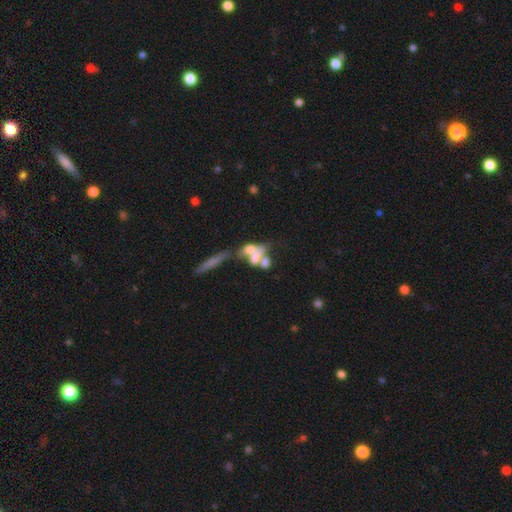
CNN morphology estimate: A smooth galaxy with no disk features (51%) that is in between round and cigar-shaped (67%). Merging: merger (61%).